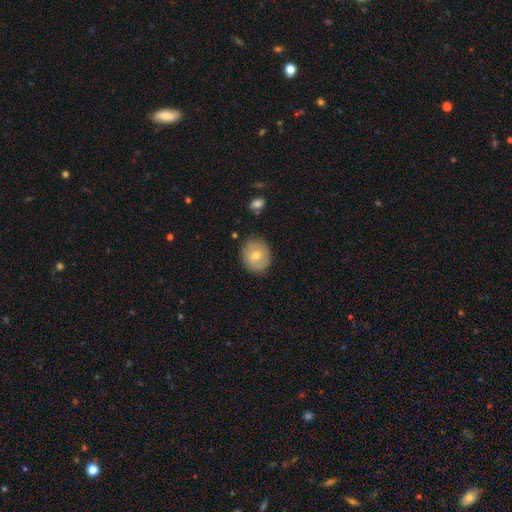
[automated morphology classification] type=smooth (65%); roundness=round (65%); merging=none (85%).